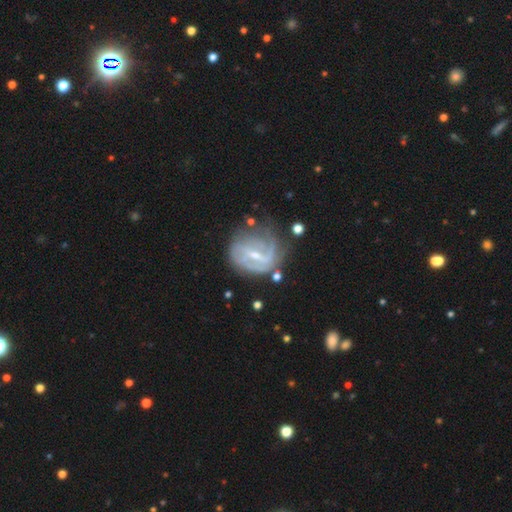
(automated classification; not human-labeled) A featured or disk galaxy (80%) with a weak bar (49%), tight (41%) spiral arms (86%) and a small central bulge (64%).

Vote fractions:
- Smooth or featured? featured or disk: 80% / smooth: 12% / star or artifact: 8%
- Edge-on disk? no: 97% / yes: 3%
- Bar? weak: 49% / strong: 34% / no: 16%
- Spiral arms? yes: 86% / no: 14%
- Spiral winding? tight: 41% / medium: 36% / loose: 23%
- Spiral arm count? can't tell: 34% / 2: 33% / 3: 13% / 1: 11% / 4: 5% / more than 4: 4%
- Bulge size? small: 64% / moderate: 28% / none: 6% / large: 1% / dominant: 1%
- Merging? none: 50% / minor disturbance: 24% / major disturbance: 21% / merger: 5%